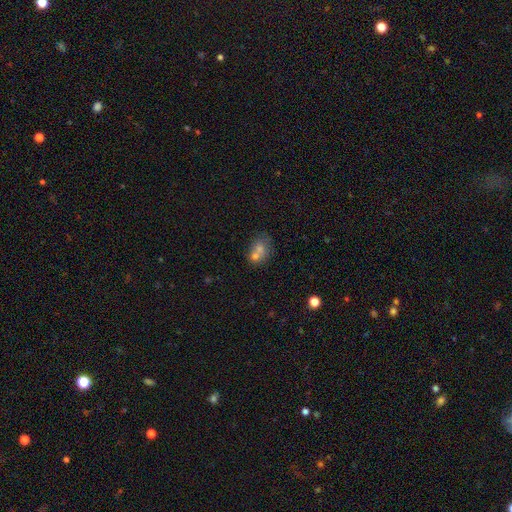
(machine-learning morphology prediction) This is likely a smooth galaxy (67%). How rounded: possibly in between (54%). Merging: possibly merger (56%).